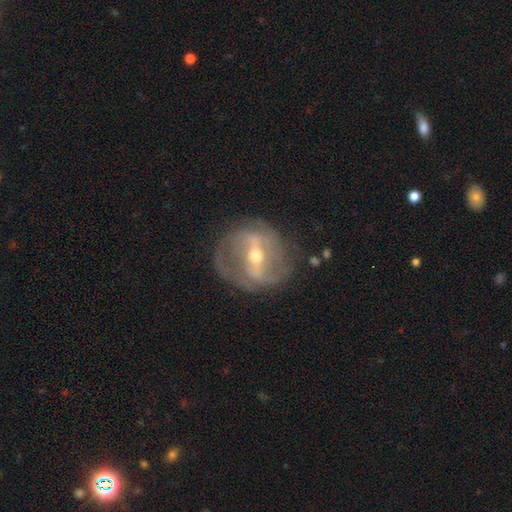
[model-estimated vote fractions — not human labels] Smooth or featured: featured or disk — 83% (smooth — 10%)
Edge-on disk: no — 93% (yes — 7%)
Bar: strong — 62% (weak — 27%)
Spiral arms: yes — 77% (no — 23%)
Spiral winding: medium — 42% (tight — 34%)
Spiral arm count: 2 — 65% (can't tell — 18%)
Bulge size: moderate — 55% (small — 41%)
Merging: none — 73% (minor disturbance — 16%)